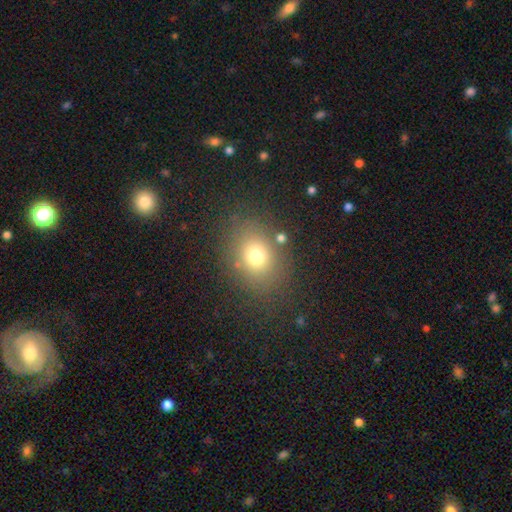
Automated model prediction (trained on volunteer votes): The model was most divided on "how rounded": in between: 51%, round: 48%, cigar-shaped: 1%. More confident: merging — none (80%); smooth or featured — smooth (73%).